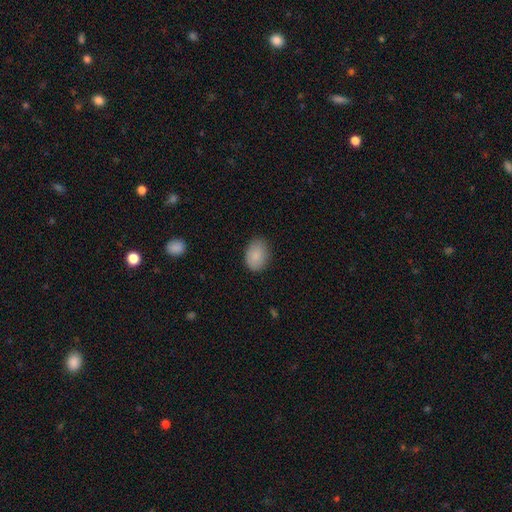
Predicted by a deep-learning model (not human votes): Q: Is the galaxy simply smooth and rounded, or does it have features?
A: smooth — 86%.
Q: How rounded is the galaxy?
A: in between — 71%.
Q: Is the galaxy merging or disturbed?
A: none — 81%.